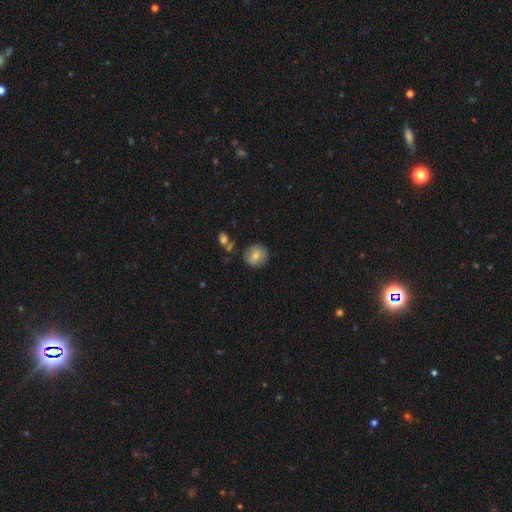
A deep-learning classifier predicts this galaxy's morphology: Smooth or featured? Predicted: smooth (p=0.74). How rounded? Predicted: round (p=0.87). Merging? Predicted: none (p=0.77).